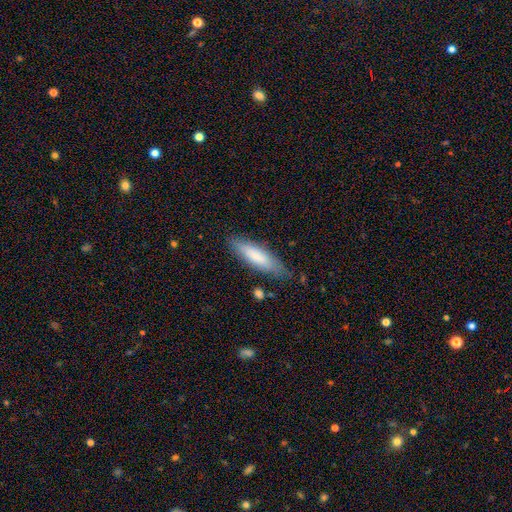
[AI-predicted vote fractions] smooth 73%, featured or disk 21%, star or artifact 6%. Down the decision tree: how rounded — cigar-shaped (67%); merging — none (80%).